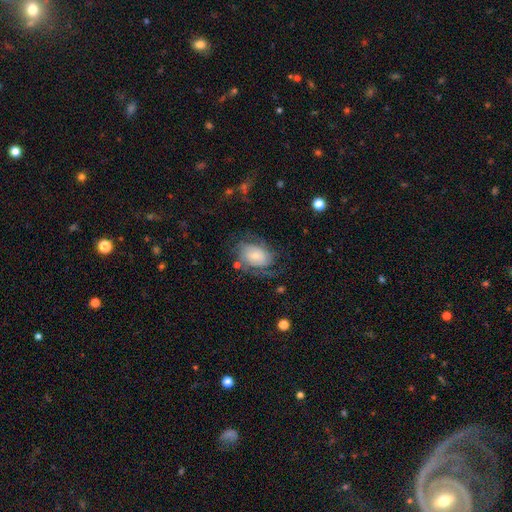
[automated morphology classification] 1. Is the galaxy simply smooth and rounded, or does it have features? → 62% featured or disk, 30% smooth, 8% star or artifact.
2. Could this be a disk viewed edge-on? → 96% no, 4% yes.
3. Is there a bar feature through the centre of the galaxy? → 71% no, 25% weak, 5% strong.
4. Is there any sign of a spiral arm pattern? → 82% yes, 18% no.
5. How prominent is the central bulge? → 54% small, 36% moderate, 6% large, 3% none, 2% dominant.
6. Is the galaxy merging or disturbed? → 55% none, 21% major disturbance, 21% minor disturbance, 3% merger.